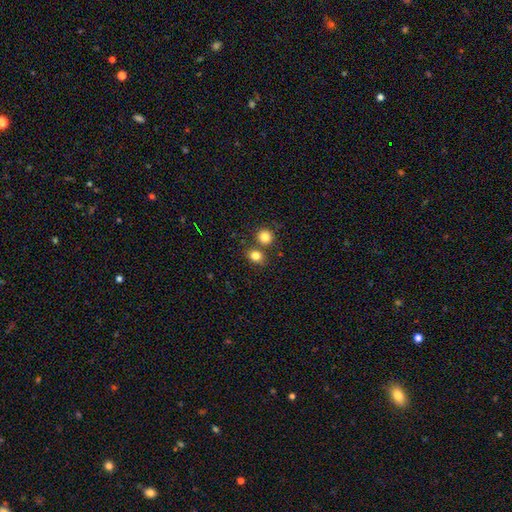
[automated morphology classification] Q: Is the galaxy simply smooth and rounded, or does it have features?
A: smooth — 81%.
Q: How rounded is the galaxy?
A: round — 63%.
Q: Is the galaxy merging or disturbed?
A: none — 65%.